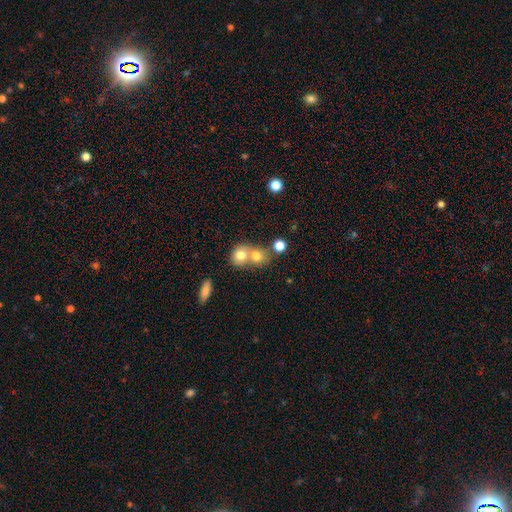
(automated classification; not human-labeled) This appears to be a smooth galaxy with no disk features (68%) that is round (74%). Merging: merger (58%).